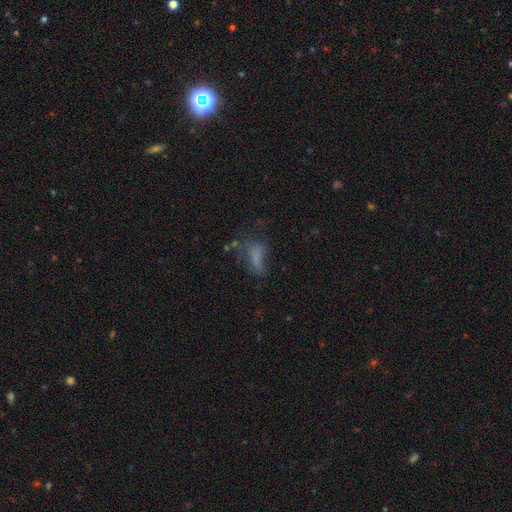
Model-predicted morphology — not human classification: Q: Smooth or featured?
A: smooth (58%); runner-up: featured or disk (24%)
Q: How rounded?
A: in between (75%); runner-up: cigar-shaped (18%)
Q: Merging?
A: none (35%); tied with: major disturbance (35%)